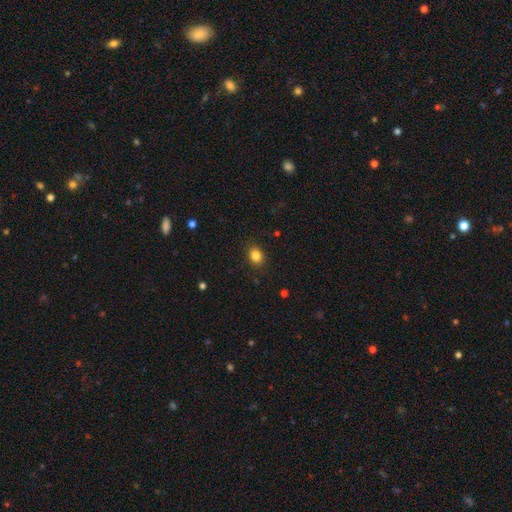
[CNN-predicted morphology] A smooth galaxy with no disk features (85%) that is in between round and cigar-shaped (52%). Merging: none (87%).